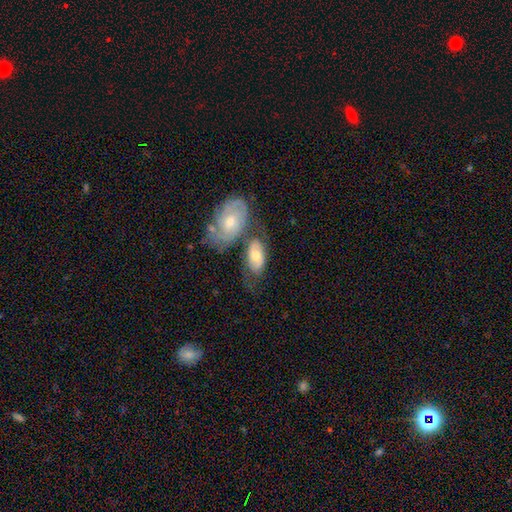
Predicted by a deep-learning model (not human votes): A smooth galaxy with no disk features (47%). Merging: none (39%).